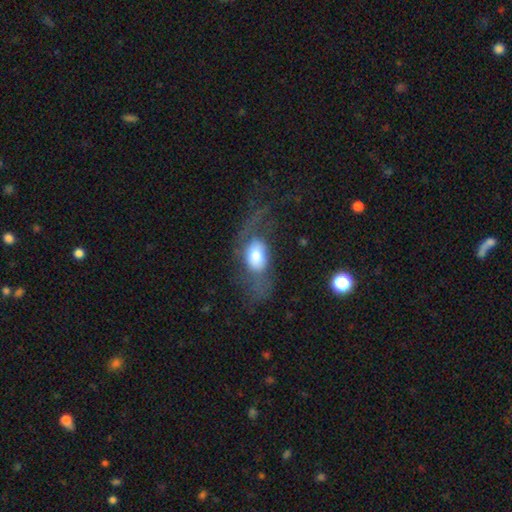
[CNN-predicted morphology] Smooth or featured? Predicted: smooth (p=0.56). How rounded? Predicted: in between (p=0.80). Merging? Predicted: major disturbance (p=0.48).